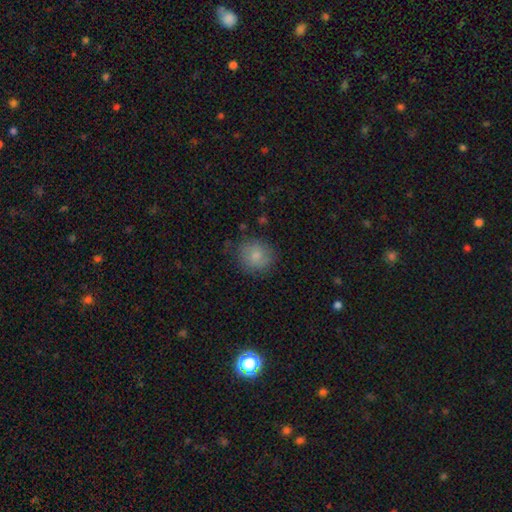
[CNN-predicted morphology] smooth 78%, featured or disk 14%, star or artifact 8%. Down the decision tree: how rounded — round (85%); merging — none (77%).